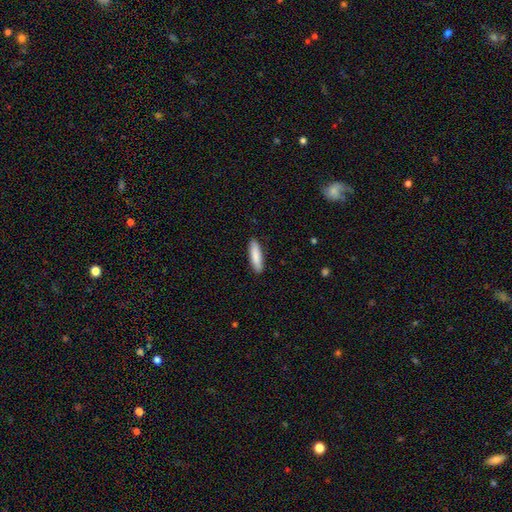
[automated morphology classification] The model was most divided on "how rounded": cigar-shaped: 67%, in between: 32%, round: 1%. More confident: merging — none (90%); smooth or featured — smooth (87%).